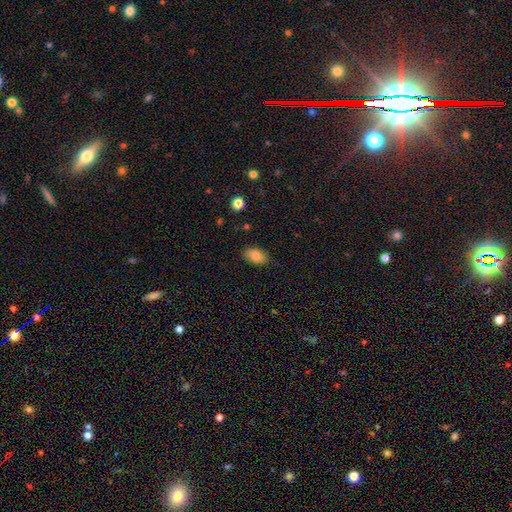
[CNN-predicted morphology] This is clearly a smooth galaxy (82%). How rounded: clearly in between (89%). Merging: clearly none (85%).